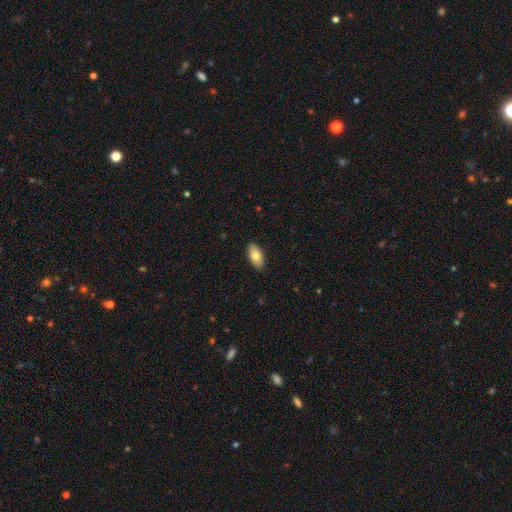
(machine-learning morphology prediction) A smooth galaxy with no disk features (81%) that is in between round and cigar-shaped (92%).

Vote fractions:
- Smooth or featured? smooth: 81% / featured or disk: 13% / star or artifact: 6%
- How rounded? in between: 92% / cigar-shaped: 6% / round: 2%
- Merging? none: 89% / minor disturbance: 8% / major disturbance: 2% / merger: 1%